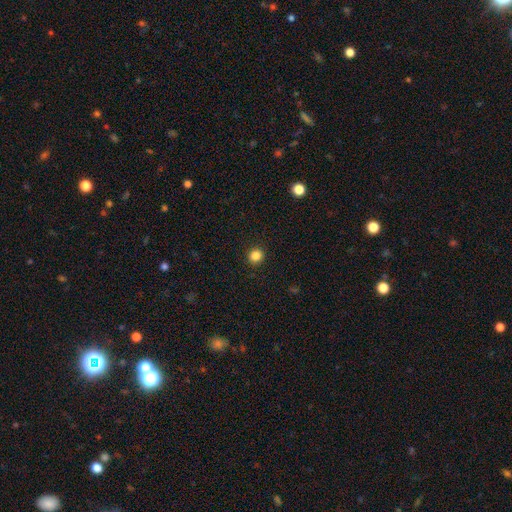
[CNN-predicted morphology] Smooth or featured? smooth (85%)
How rounded? round (92%)
Merging? none (93%)